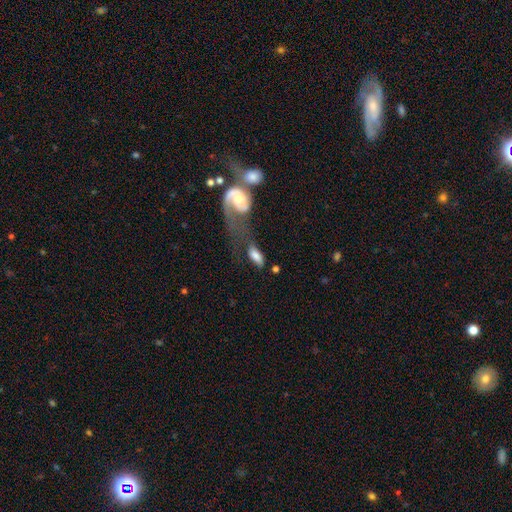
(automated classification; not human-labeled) This is likely a smooth galaxy (64%). How rounded: clearly in between (85%). Merging: marginally merger (33%).